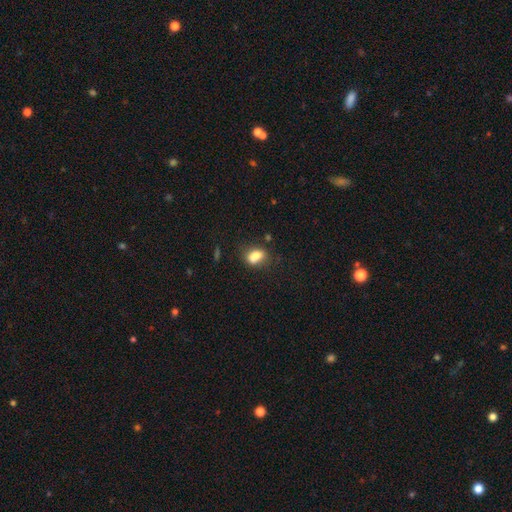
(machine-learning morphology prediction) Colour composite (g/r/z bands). It shows a smooth galaxy with no disk features (79%) that is in between round and cigar-shaped (74%). Merging: none (63%).